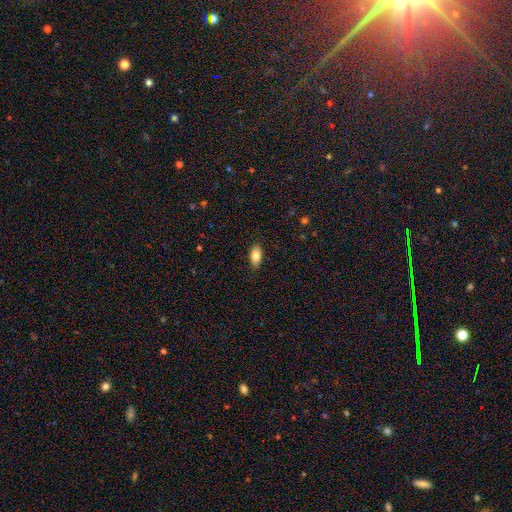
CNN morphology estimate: Q: Smooth or featured?
A: smooth (83%); runner-up: featured or disk (10%)
Q: How rounded?
A: in between (90%); runner-up: cigar-shaped (7%)
Q: Merging?
A: none (86%); runner-up: minor disturbance (11%)